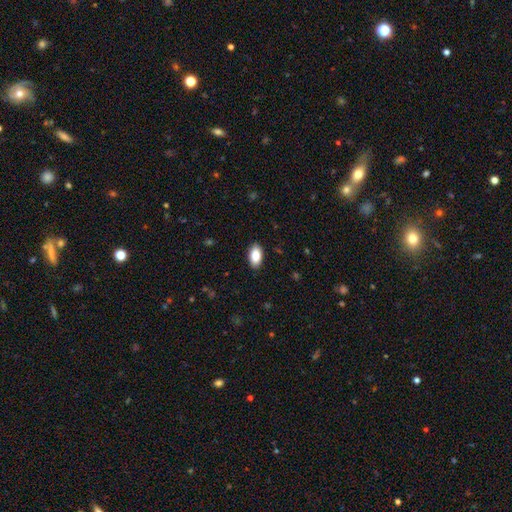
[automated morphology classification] This is clearly a smooth galaxy (85%). How rounded: clearly in between (94%). Merging: clearly none (90%).